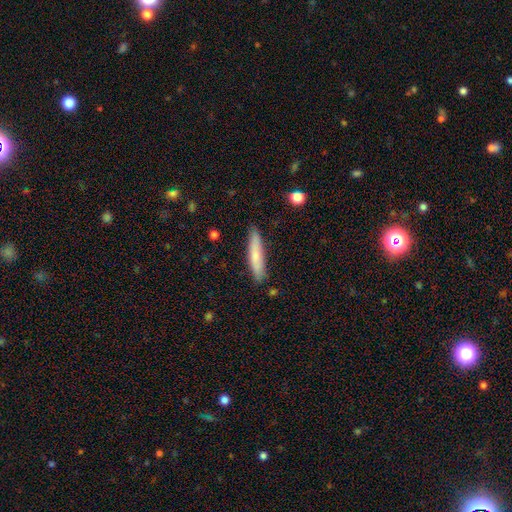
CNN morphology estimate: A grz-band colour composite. It shows a smooth galaxy with no disk features (73%) that is cigar-shaped (87%). Merging: none (86%).